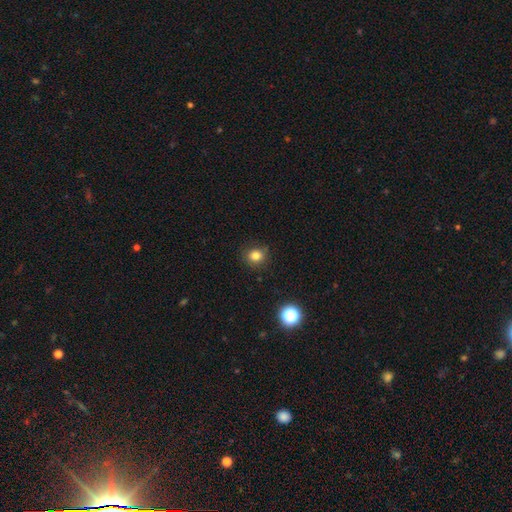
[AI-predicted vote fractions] The model was most divided on "how rounded": round: 81%, in between: 18%, cigar-shaped: 1%. More confident: merging — none (86%); smooth or featured — smooth (81%).